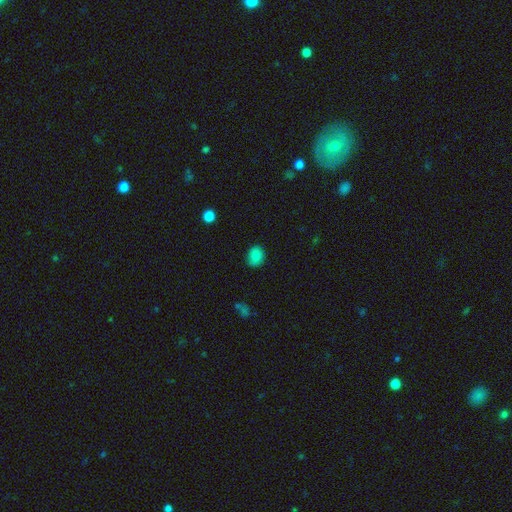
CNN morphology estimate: This appears to be a smooth galaxy with no disk features (85%) that is in between round and cigar-shaped (51%). Merging: none (81%).